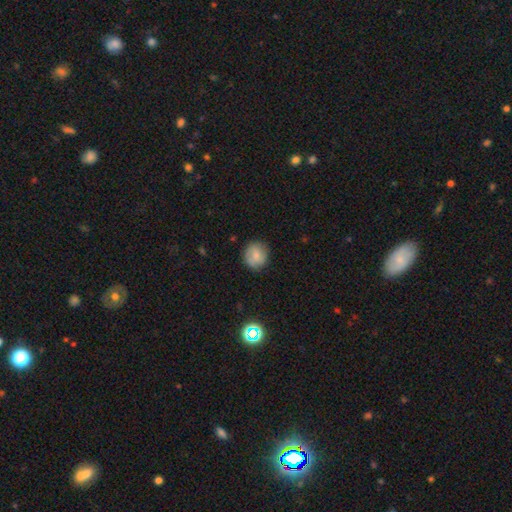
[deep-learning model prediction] smooth-or-featured: smooth: 77% | featured or disk: 14% | star or artifact: 9%
  how-rounded: round: 88% | in between: 11% | cigar-shaped: 1%
  merging: none: 84% | minor disturbance: 12% | major disturbance: 3% | merger: 1%